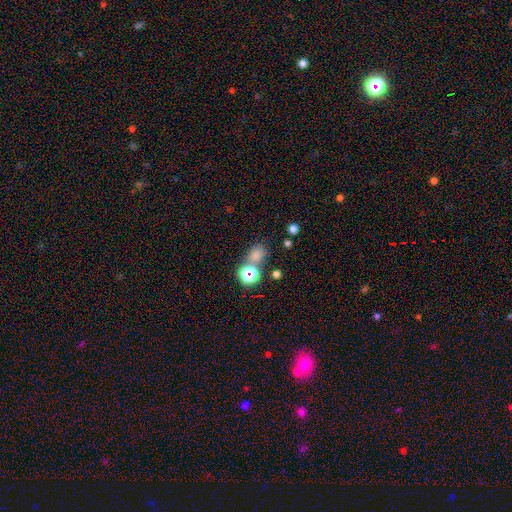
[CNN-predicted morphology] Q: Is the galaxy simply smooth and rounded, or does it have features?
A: smooth — 67%.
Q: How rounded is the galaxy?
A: round — 56%.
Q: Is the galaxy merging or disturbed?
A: none — 59%.